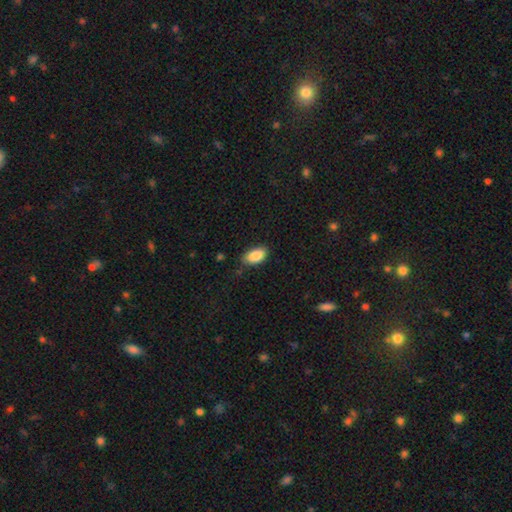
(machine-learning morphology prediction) This appears to be a smooth galaxy with no disk features (88%) that is in between round and cigar-shaped (92%). Merging: none (77%).